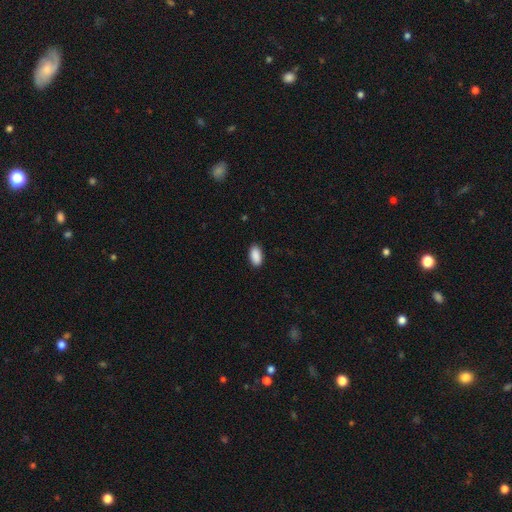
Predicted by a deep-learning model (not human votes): The model was most divided on "merging": none: 89%, minor disturbance: 8%, major disturbance: 2%, merger: 1%. More confident: how rounded — in between (94%); smooth or featured — smooth (91%).